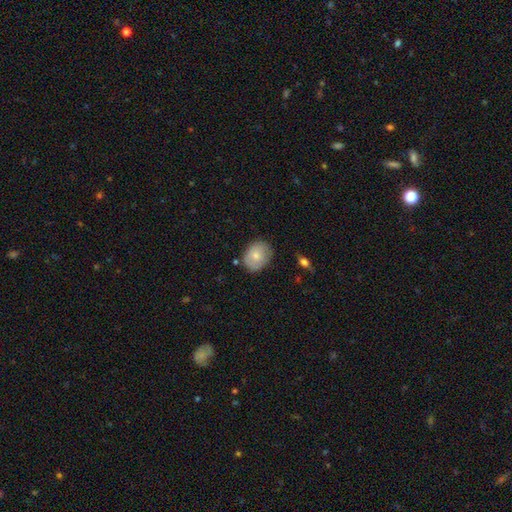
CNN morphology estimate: type=smooth (74%); roundness=in between (63%); merging=none (73%).